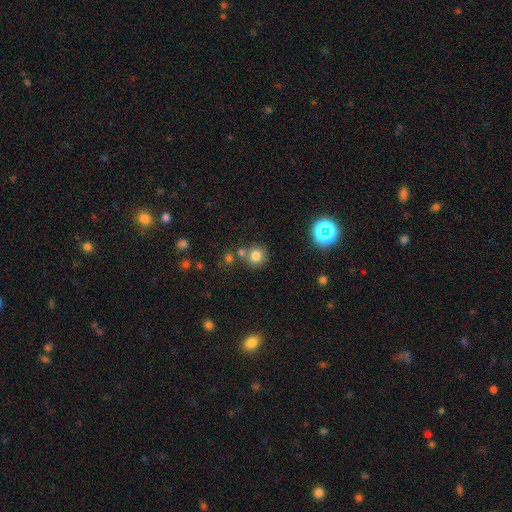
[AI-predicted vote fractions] Overall: smooth (77%). How rounded: round (90%). Merging: none (68%).